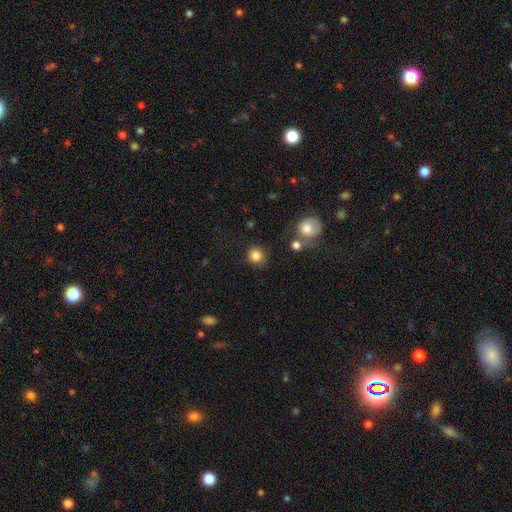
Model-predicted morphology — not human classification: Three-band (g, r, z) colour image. It shows a smooth galaxy with no disk features (85%) that is round (91%). Merging: none (83%).